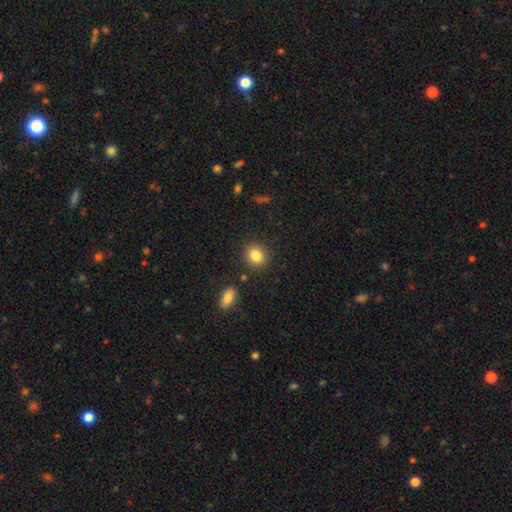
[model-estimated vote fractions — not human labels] smooth 84%, star or artifact 9%, featured or disk 6%. Down the decision tree: how rounded — round (74%); merging — none (86%).